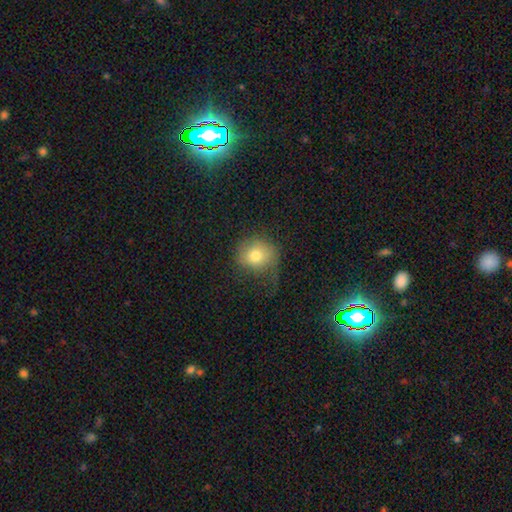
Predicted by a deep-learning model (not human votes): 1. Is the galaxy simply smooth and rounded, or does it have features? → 75% smooth, 14% featured or disk, 11% star or artifact.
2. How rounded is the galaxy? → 80% round, 19% in between, 1% cigar-shaped.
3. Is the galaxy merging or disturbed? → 48% none, 25% major disturbance, 24% minor disturbance, 2% merger.